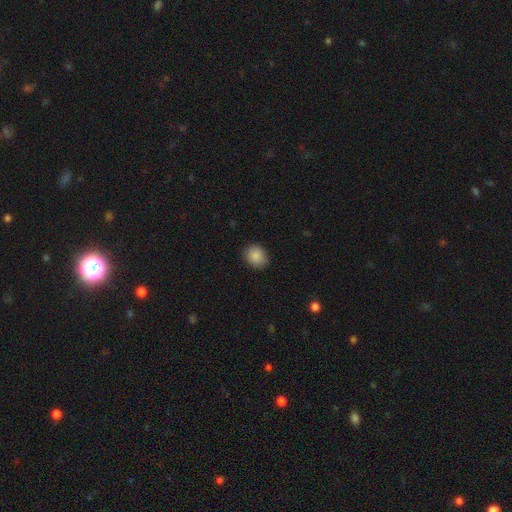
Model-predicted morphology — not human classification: smooth-or-featured: smooth: 88% | star or artifact: 8% | featured or disk: 4%
  how-rounded: round: 67% | in between: 32% | cigar-shaped: 1%
  merging: none: 88% | minor disturbance: 9% | major disturbance: 2% | merger: 1%